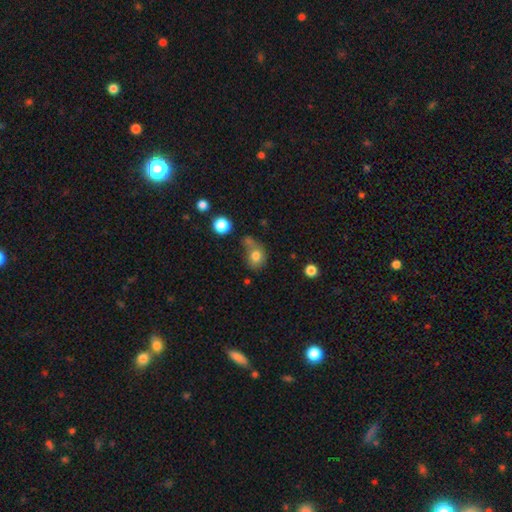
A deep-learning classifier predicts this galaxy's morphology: type=smooth (78%); roundness=round (56%); merging=none (41%).